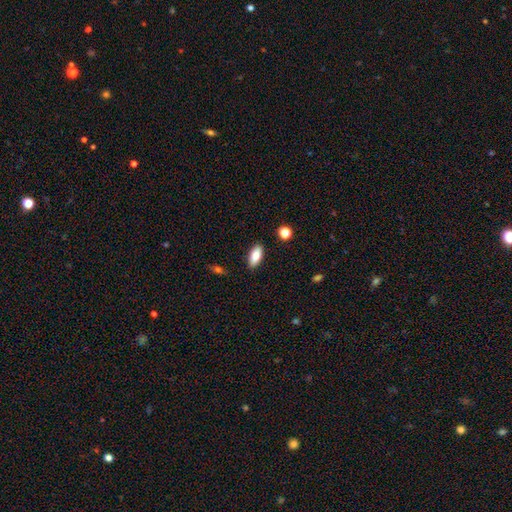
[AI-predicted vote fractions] Smooth or featured? Predicted: smooth (p=0.83). How rounded? Predicted: in between (p=0.89). Merging? Predicted: none (p=0.88).